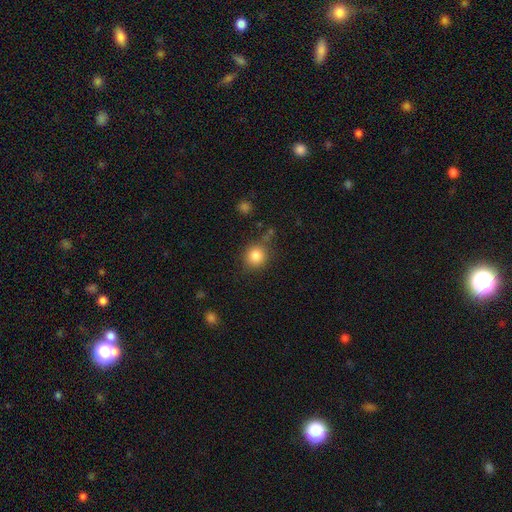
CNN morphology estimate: Smooth or featured: smooth — 84% (star or artifact — 10%)
How rounded: round — 87% (in between — 12%)
Merging: none — 77% (minor disturbance — 13%)